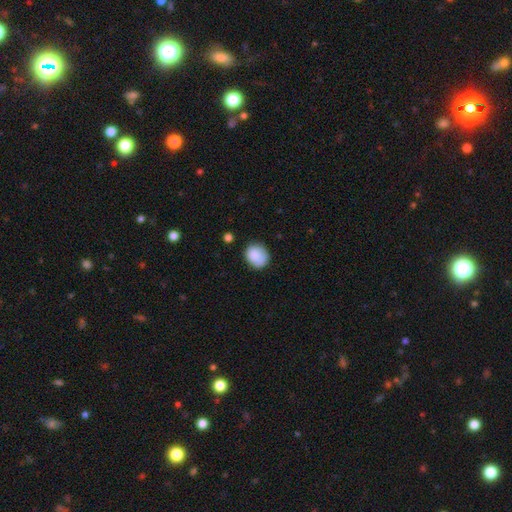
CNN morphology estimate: Smooth or featured?
  - smooth: 85% *
  - star or artifact: 8%
  - featured or disk: 7%
How rounded?
  - round: 69% *
  - in between: 30%
  - cigar-shaped: 1%
Merging?
  - none: 71% *
  - minor disturbance: 21%
  - major disturbance: 5%
  - merger: 3%